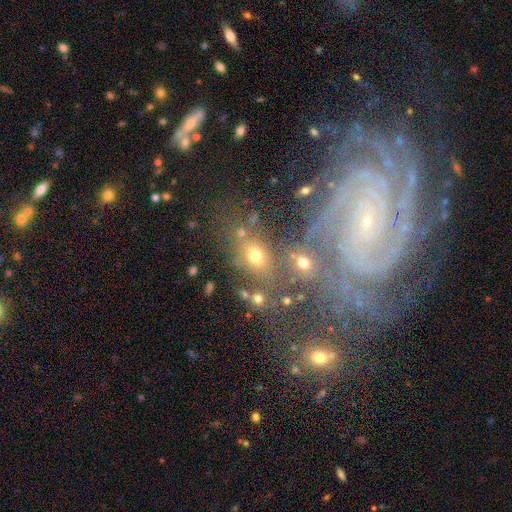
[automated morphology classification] This is likely a smooth galaxy (64%). How rounded: likely in between (60%). Merging: possibly none (50%).